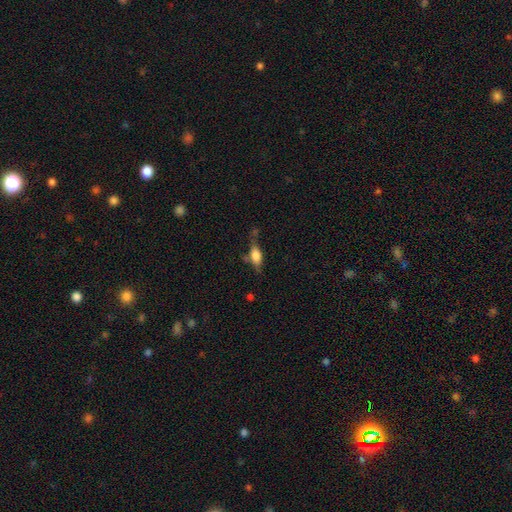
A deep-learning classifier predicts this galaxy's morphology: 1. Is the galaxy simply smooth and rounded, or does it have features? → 61% smooth, 30% featured or disk, 9% star or artifact.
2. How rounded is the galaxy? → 71% in between, 24% cigar-shaped, 5% round.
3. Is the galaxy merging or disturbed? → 57% none, 25% minor disturbance, 11% major disturbance, 7% merger.